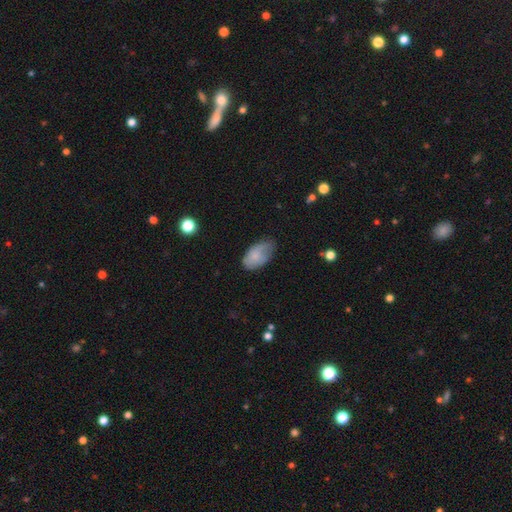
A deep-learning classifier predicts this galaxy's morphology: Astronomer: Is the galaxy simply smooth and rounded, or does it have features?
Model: smooth — 73%.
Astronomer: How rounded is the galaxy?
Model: in between — 93%.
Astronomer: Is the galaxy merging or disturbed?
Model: none — 46% (runner-up: minor disturbance, 38%).